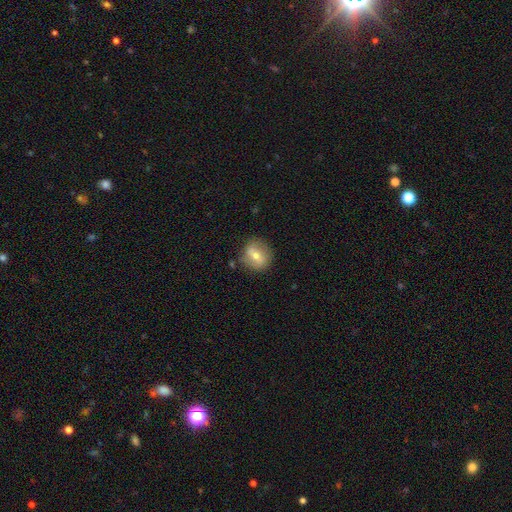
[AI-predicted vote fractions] smooth_or_featured: smooth (p=0.54) [alt: featured or disk p=0.37]
how_rounded: round (p=0.79) [alt: in between p=0.19]
merging: none (p=0.80) [alt: minor disturbance p=0.14]